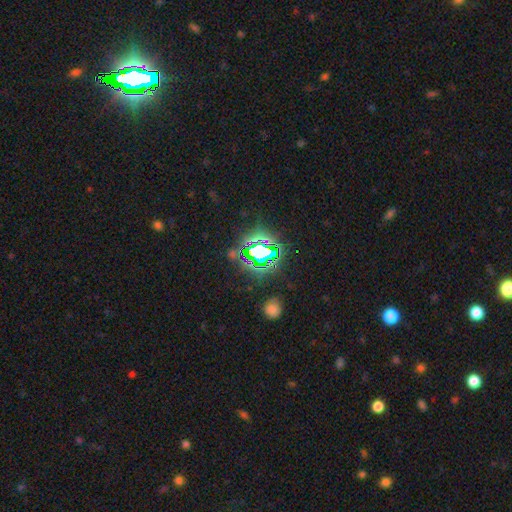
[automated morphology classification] Overall: star or artifact (79%).